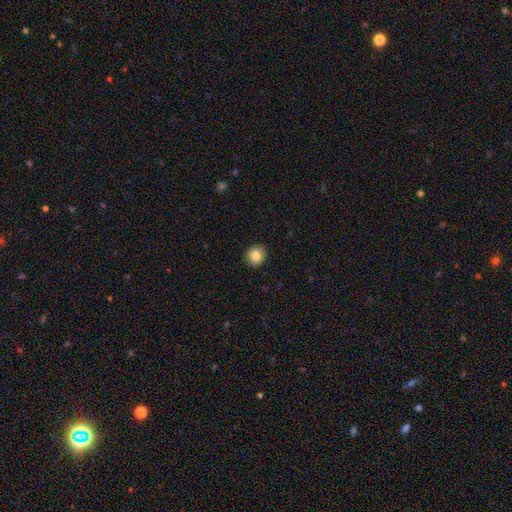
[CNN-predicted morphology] smooth-or-featured: smooth: 84% | star or artifact: 9% | featured or disk: 7%
  how-rounded: round: 83% | in between: 16% | cigar-shaped: 1%
  merging: none: 91% | minor disturbance: 6% | major disturbance: 2% | merger: 1%